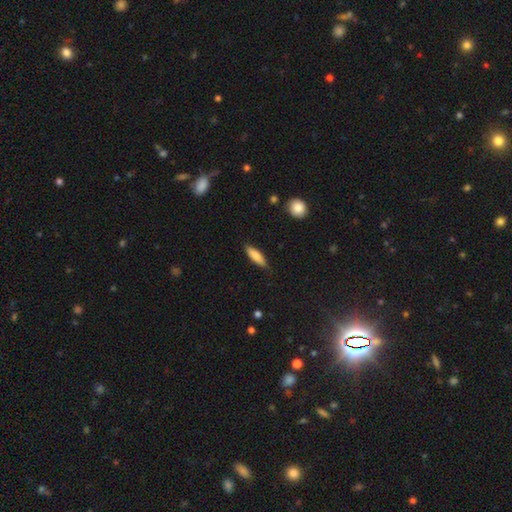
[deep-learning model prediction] This is likely a smooth galaxy (79%). How rounded: possibly cigar-shaped (59%). Merging: clearly none (82%).